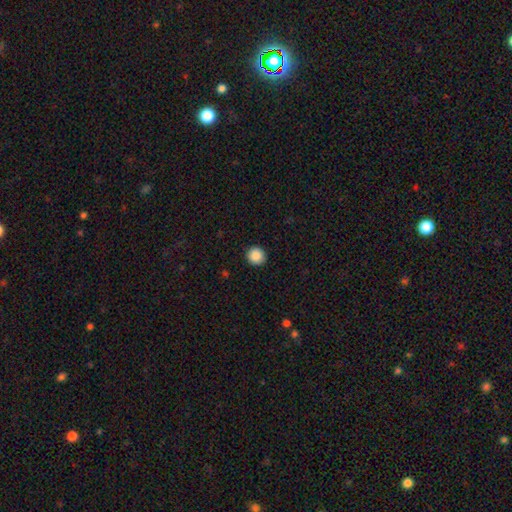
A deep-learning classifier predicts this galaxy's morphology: smooth 89%, star or artifact 9%, featured or disk 3%. Down the decision tree: how rounded — round (93%); merging — none (92%).